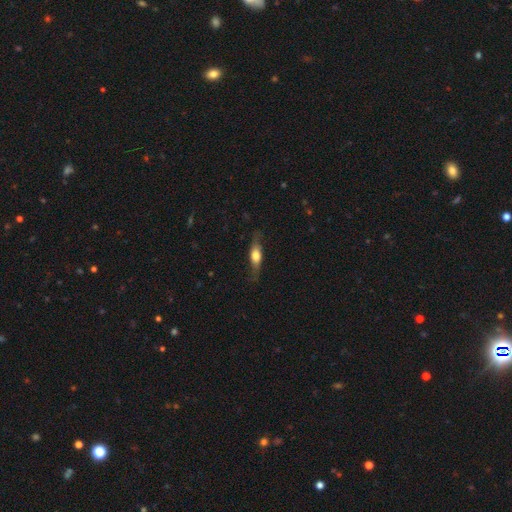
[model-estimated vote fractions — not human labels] Smooth or featured? Predicted: smooth (p=0.53). How rounded? Predicted: in between (p=0.48). Merging? Predicted: none (p=0.70).